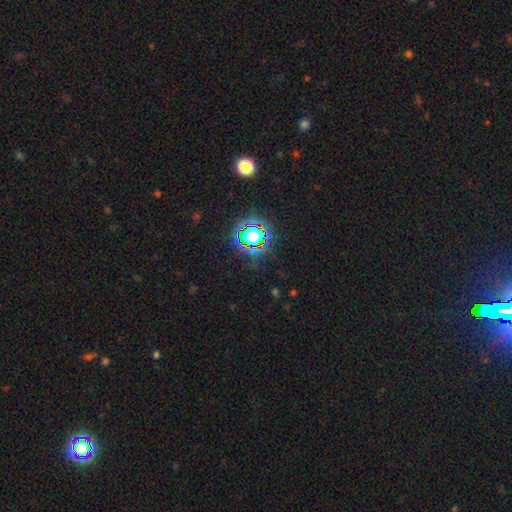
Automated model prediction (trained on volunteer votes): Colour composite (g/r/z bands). It shows a star or artifact, not a galaxy (81%).